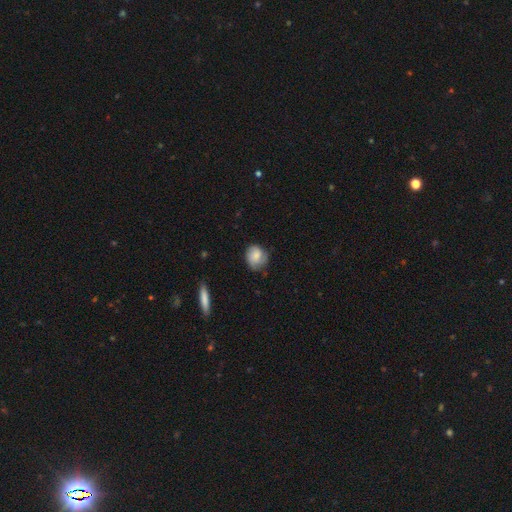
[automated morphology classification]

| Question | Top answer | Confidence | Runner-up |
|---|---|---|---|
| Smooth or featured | smooth | 75% | featured or disk (18%) |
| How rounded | round | 71% | in between (27%) |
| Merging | none | 65% | minor disturbance (27%) |